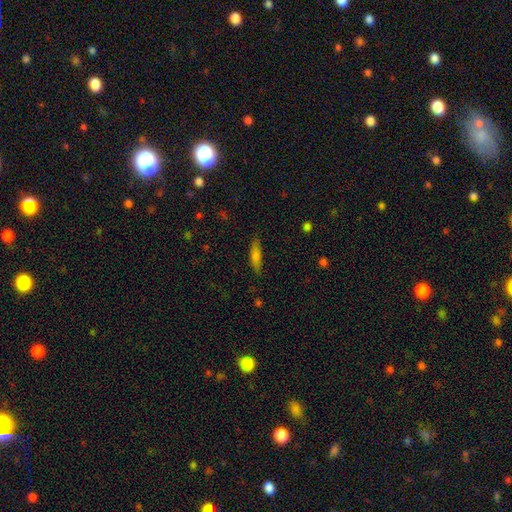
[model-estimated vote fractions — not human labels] smooth_or_featured: smooth (p=0.69) [alt: featured or disk p=0.21]
how_rounded: cigar-shaped (p=0.72) [alt: in between p=0.26]
merging: none (p=0.84) [alt: minor disturbance p=0.12]